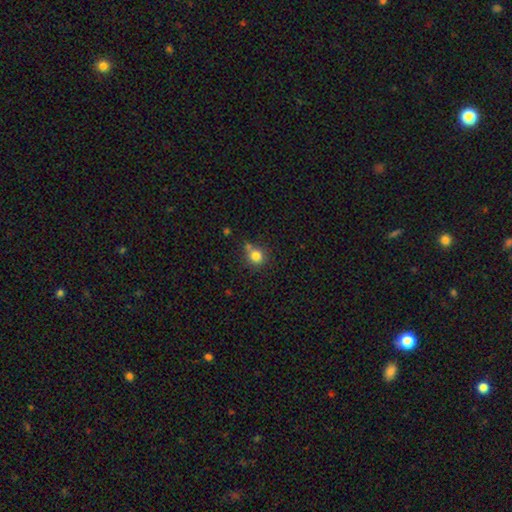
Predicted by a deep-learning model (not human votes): Smooth or featured? Predicted: smooth (p=0.81). How rounded? Predicted: round (p=0.87). Merging? Predicted: none (p=0.63).